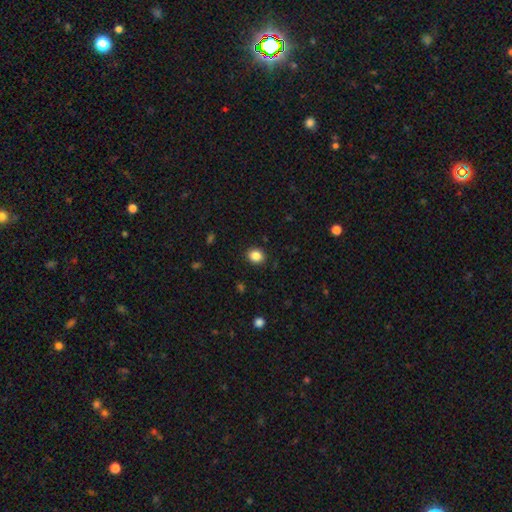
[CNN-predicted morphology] Smooth or featured? Predicted: smooth (p=0.86). How rounded? Predicted: round (p=0.65). Merging? Predicted: none (p=0.90).